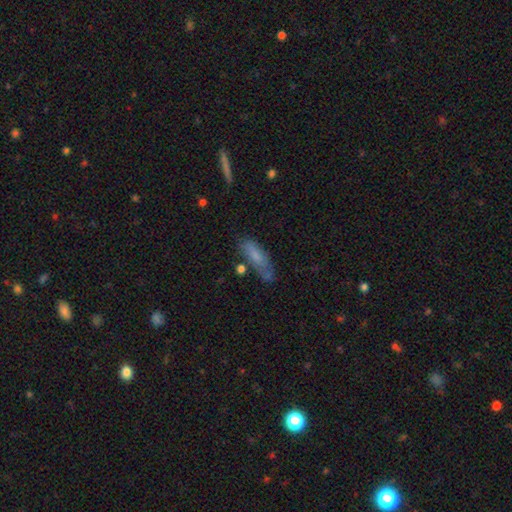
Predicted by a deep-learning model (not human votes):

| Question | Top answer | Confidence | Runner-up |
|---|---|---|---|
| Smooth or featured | smooth | 66% | featured or disk (26%) |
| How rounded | in between | 54% | cigar-shaped (44%) |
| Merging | none | 58% | minor disturbance (26%) |